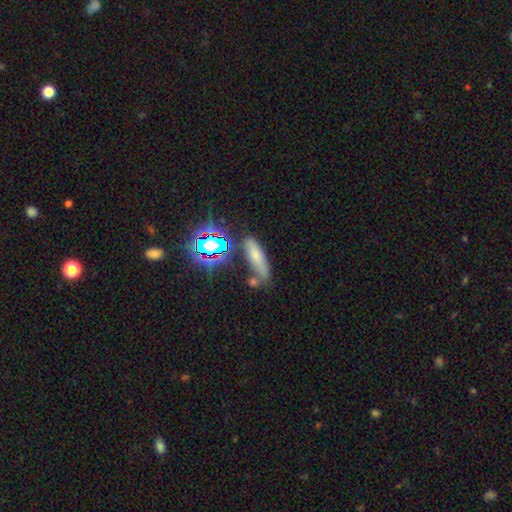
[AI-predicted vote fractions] Smooth or featured: smooth — 61% (star or artifact — 22%)
How rounded: cigar-shaped — 54% (in between — 40%)
Merging: none — 67% (minor disturbance — 16%)